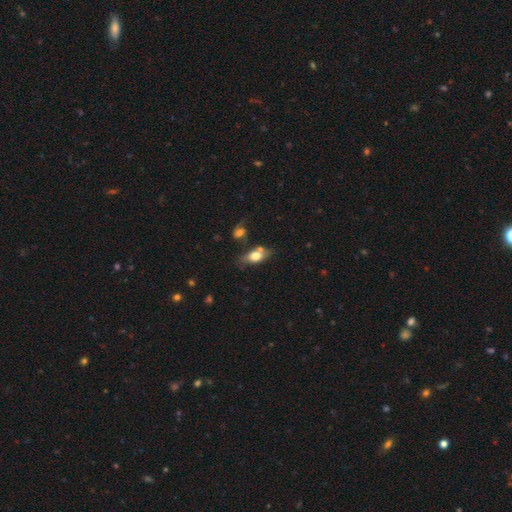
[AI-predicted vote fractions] smooth_or_featured: smooth (p=0.67) [alt: featured or disk p=0.25]
how_rounded: in between (p=0.81) [alt: cigar-shaped p=0.10]
merging: none (p=0.55) [alt: minor disturbance p=0.19]